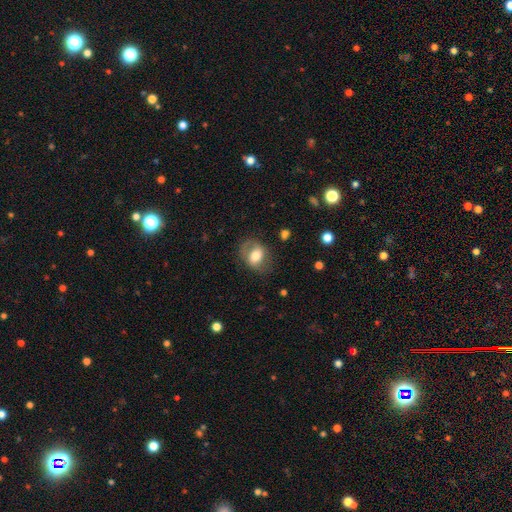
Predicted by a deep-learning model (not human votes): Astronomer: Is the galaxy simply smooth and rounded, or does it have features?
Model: smooth — 57% (runner-up: featured or disk, 35%).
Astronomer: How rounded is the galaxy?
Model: in between — 62% (runner-up: round, 37%).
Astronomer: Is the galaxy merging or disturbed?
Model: none — 63%.